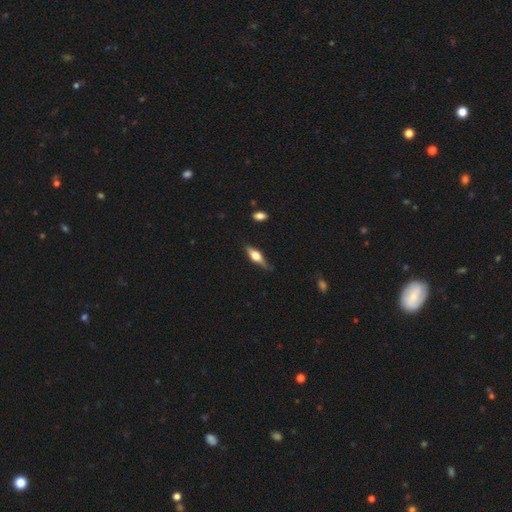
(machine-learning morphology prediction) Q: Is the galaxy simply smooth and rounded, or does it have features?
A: featured or disk — 50%.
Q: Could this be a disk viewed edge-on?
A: yes — 91%.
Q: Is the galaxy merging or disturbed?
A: none — 71%.